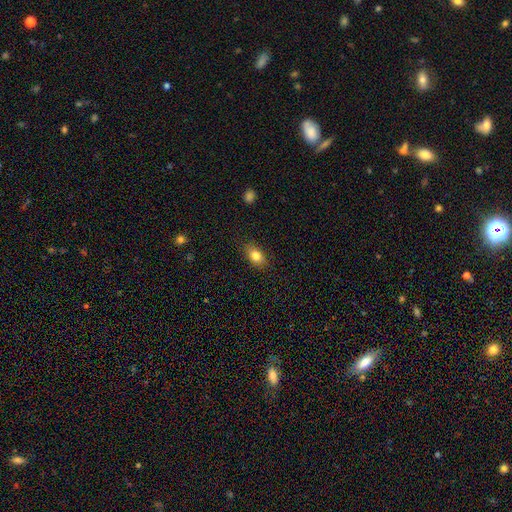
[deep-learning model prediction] Smooth or featured? smooth (82%)
How rounded? in between (83%)
Merging? none (85%)